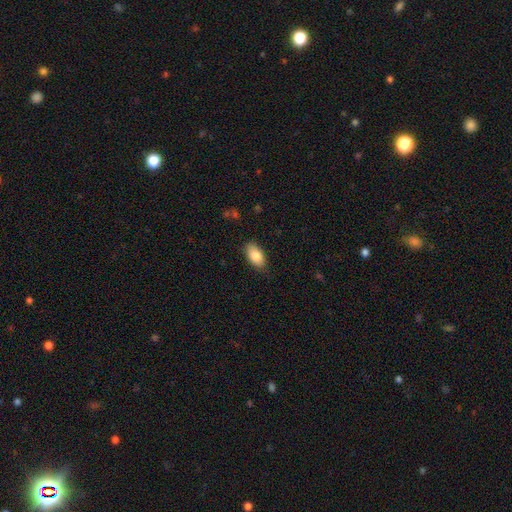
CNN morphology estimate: smooth_or_featured: smooth (p=0.85) [alt: featured or disk p=0.08]
how_rounded: in between (p=0.92) [alt: round p=0.04]
merging: none (p=0.82) [alt: minor disturbance p=0.14]